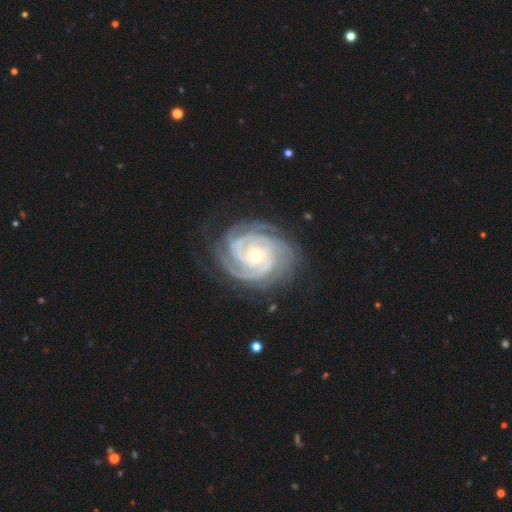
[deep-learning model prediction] A featured or disk galaxy (92%) with no bar (68%), 4 (28%, tied with 3) tight (81%) spiral arms (99%) and a small central bulge (57%).

Vote fractions:
- Smooth or featured? featured or disk: 92% / star or artifact: 5% / smooth: 3%
- Edge-on disk? no: 98% / yes: 2%
- Bar? no: 68% / weak: 23% / strong: 9%
- Spiral arms? yes: 99% / no: 1%
- Spiral winding? tight: 81% / medium: 17% / loose: 2%
- Spiral arm count? 4: 28% (tied) / 3: 28% (tied) / can't tell: 14% / 2: 11% / more than 4: 11% / 1: 7%
- Bulge size? small: 57% / moderate: 40% / large: 1% / none: 1% / dominant: 1%
- Merging? none: 78% / minor disturbance: 15% / major disturbance: 5% / merger: 1%